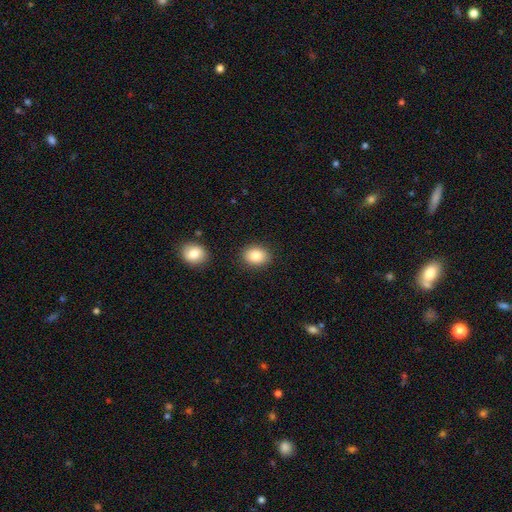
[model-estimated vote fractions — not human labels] This appears to be a smooth galaxy with no disk features (84%) that is in between round and cigar-shaped (50%). Merging: none (87%).